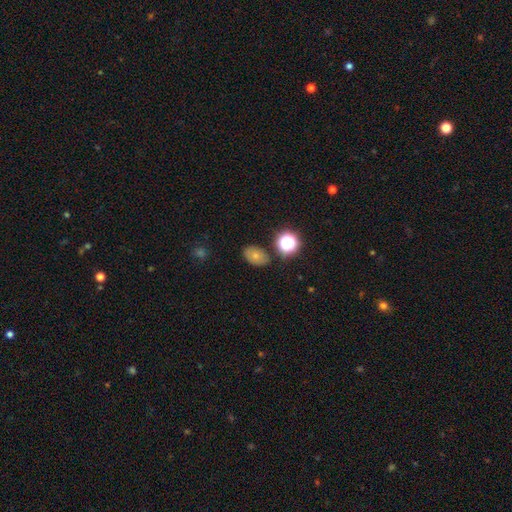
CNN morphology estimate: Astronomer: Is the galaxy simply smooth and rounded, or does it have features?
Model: smooth — 70%.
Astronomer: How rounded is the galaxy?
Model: in between — 80%.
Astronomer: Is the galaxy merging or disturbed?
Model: none — 80%.